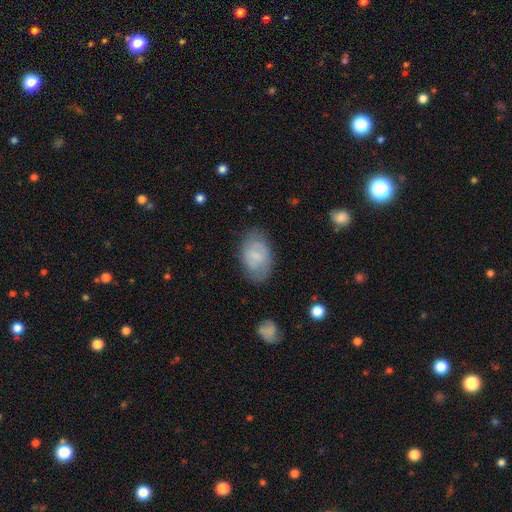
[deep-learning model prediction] A smooth galaxy with no disk features (63%) that is in between round and cigar-shaped (91%). Merging: none (74%).